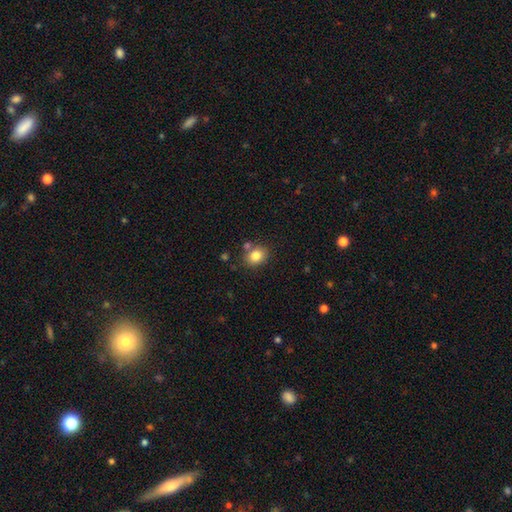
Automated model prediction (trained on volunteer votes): Q: Smooth or featured?
A: smooth (82%); runner-up: star or artifact (10%)
Q: How rounded?
A: round (53%); runner-up: in between (46%)
Q: Merging?
A: none (75%); runner-up: minor disturbance (11%)